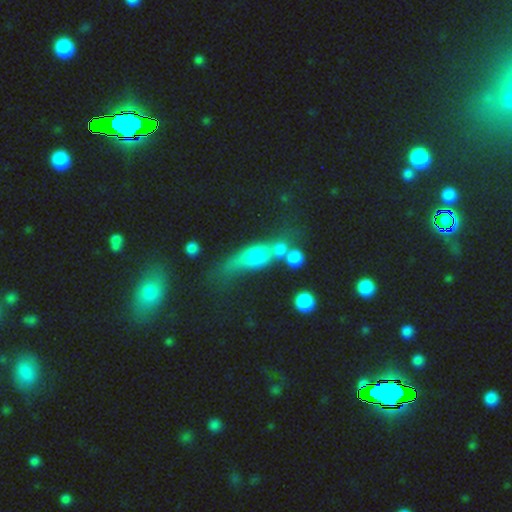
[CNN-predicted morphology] This is possibly a smooth galaxy (57%). How rounded: possibly in between (46%). Merging: marginally none (35%).